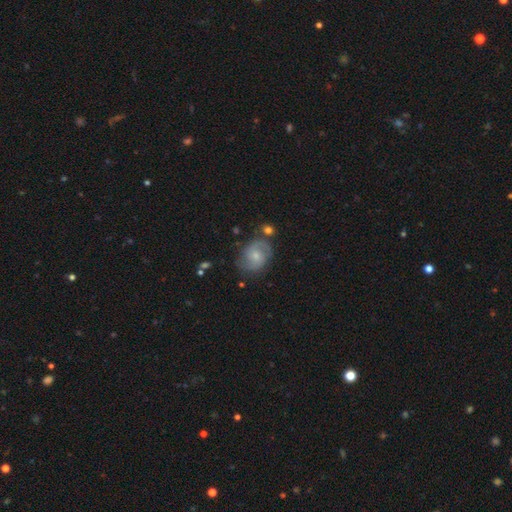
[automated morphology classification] Q: Smooth or featured?
A: featured or disk (56%); runner-up: smooth (35%)
Q: Edge-on disk?
A: no (97%); runner-up: yes (3%)
Q: Bar?
A: no (61%); runner-up: weak (33%)
Q: Spiral arms?
A: yes (84%); runner-up: no (16%)
Q: Bulge size?
A: small (56%); runner-up: moderate (38%)
Q: Merging?
A: none (68%); runner-up: minor disturbance (20%)